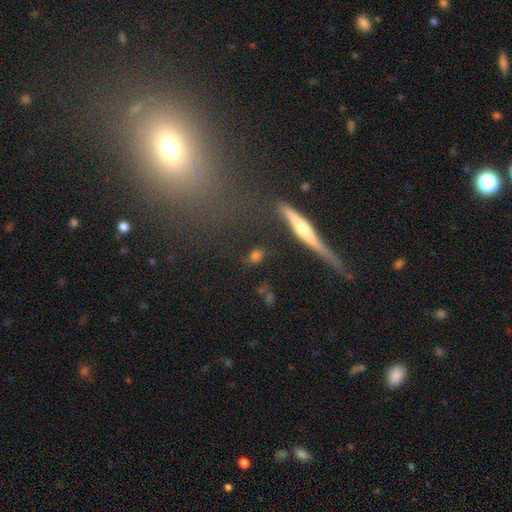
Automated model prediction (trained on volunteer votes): Q: Smooth or featured?
A: smooth (50%); runner-up: featured or disk (35%)
Q: Merging?
A: none (72%); runner-up: minor disturbance (14%)